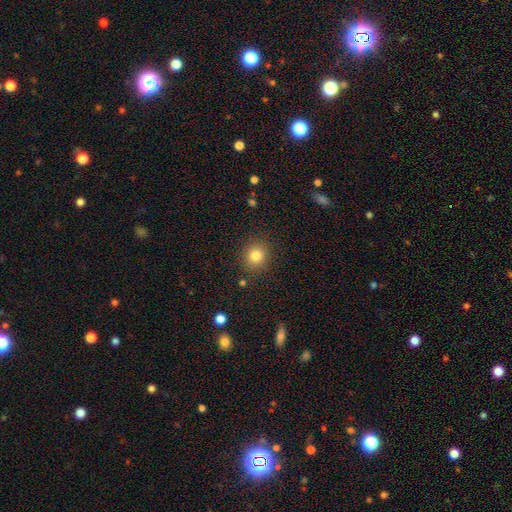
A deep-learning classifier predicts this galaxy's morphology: smooth-or-featured: smooth: 81% | star or artifact: 12% | featured or disk: 7%
  how-rounded: round: 84% | in between: 15% | cigar-shaped: 1%
  merging: none: 88% | minor disturbance: 8% | major disturbance: 3% | merger: 2%